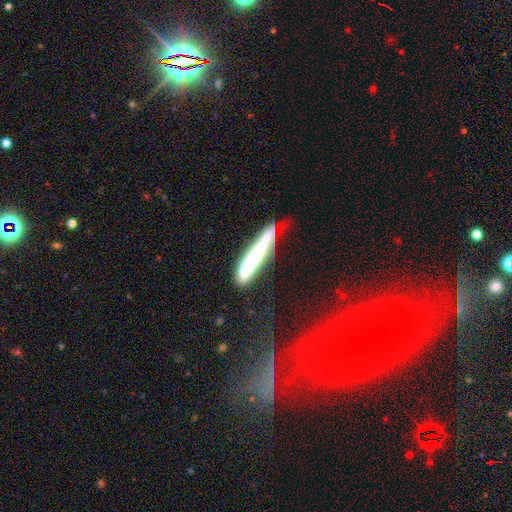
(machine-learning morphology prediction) Smooth or featured?
  - featured or disk: 56% *
  - smooth: 36%
  - star or artifact: 8%
Edge-on disk?
  - yes: 82% *
  - no: 18%
Merging?
  - none: 64% *
  - minor disturbance: 22%
  - major disturbance: 8%
  - merger: 6%